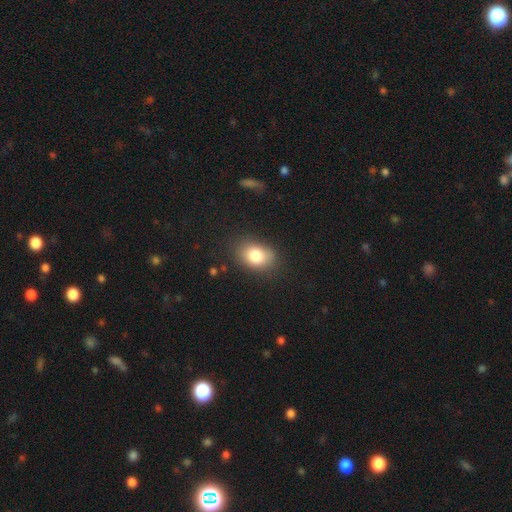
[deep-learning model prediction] A smooth galaxy with no disk features (82%) that is in between round and cigar-shaped (77%). Merging: none (81%).